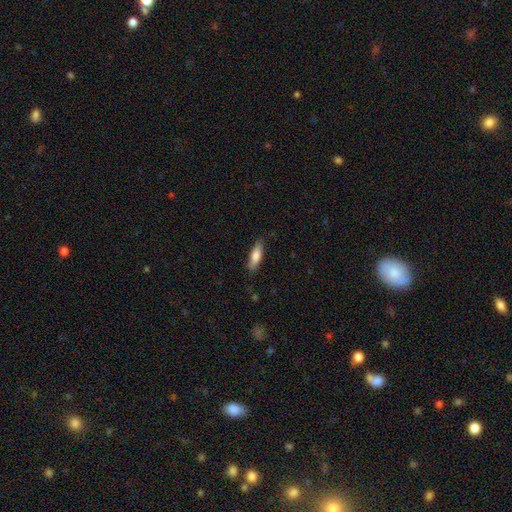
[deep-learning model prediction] A smooth galaxy with no disk features (78%) that is cigar-shaped (51%).

Vote fractions:
- Smooth or featured? smooth: 78% / featured or disk: 16% / star or artifact: 6%
- How rounded? cigar-shaped: 51% / in between: 47% / round: 2%
- Merging? none: 80% / minor disturbance: 16% / major disturbance: 3% / merger: 1%